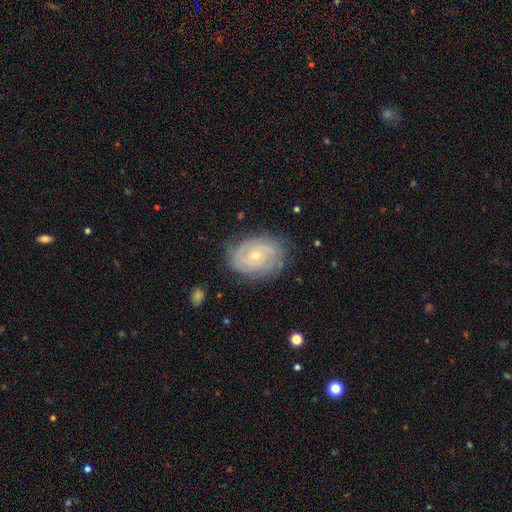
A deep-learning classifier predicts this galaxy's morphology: Smooth or featured: featured or disk — 82% (smooth — 11%)
Edge-on disk: no — 97% (yes — 3%)
Bar: no — 72% (weak — 24%)
Spiral arms: yes — 95% (no — 5%)
Spiral winding: tight — 77% (medium — 19%)
Spiral arm count: can't tell — 31% (2 — 30%)
Bulge size: small — 73% (moderate — 24%)
Merging: none — 79% (minor disturbance — 15%)